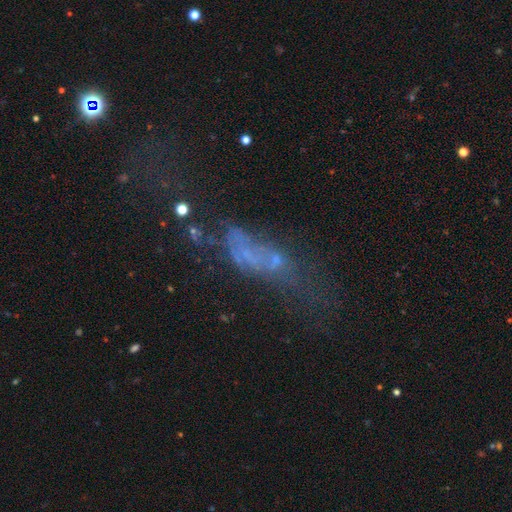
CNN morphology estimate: Smooth or featured? featured or disk (38%)
Merging? major disturbance (34%)